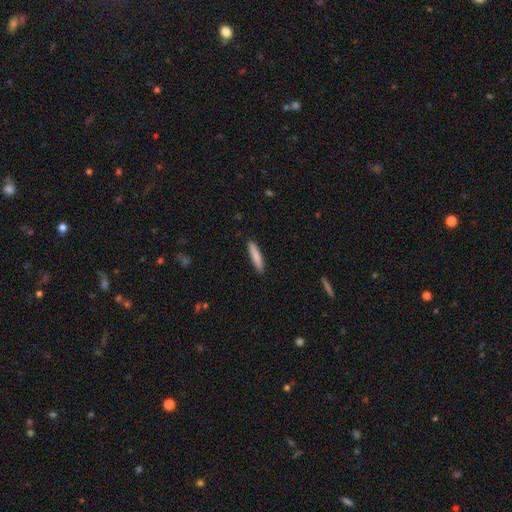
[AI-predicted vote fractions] This appears to be a smooth galaxy with no disk features (82%) that is cigar-shaped (90%). Merging: none (90%).